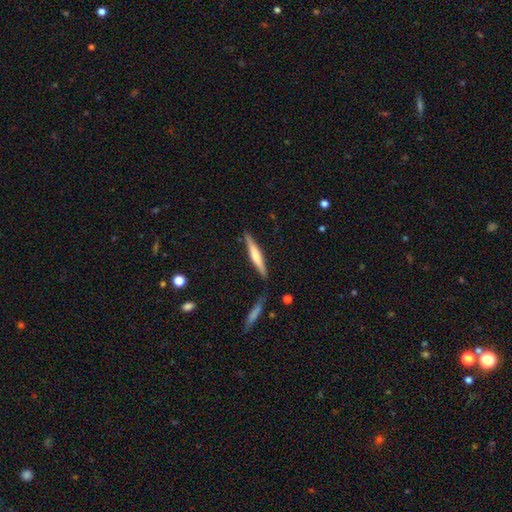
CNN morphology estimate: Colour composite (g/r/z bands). It shows a smooth galaxy with no disk features (53%) that is cigar-shaped (93%). Merging: none (84%).